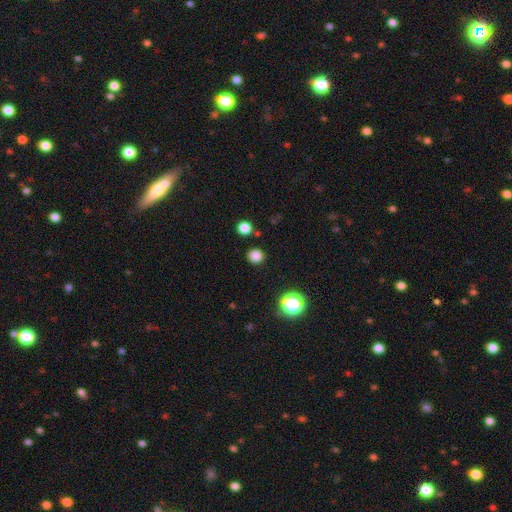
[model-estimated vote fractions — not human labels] smooth 82%, star or artifact 15%, featured or disk 3%. Down the decision tree: how rounded — round (92%); merging — none (90%).